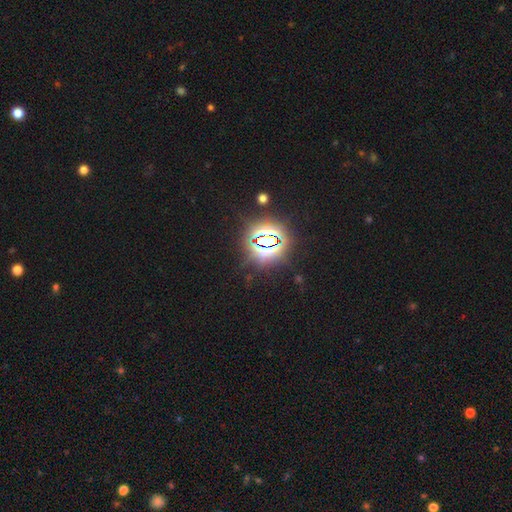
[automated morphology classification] Q: Smooth or featured?
A: star or artifact (81%); runner-up: smooth (11%)